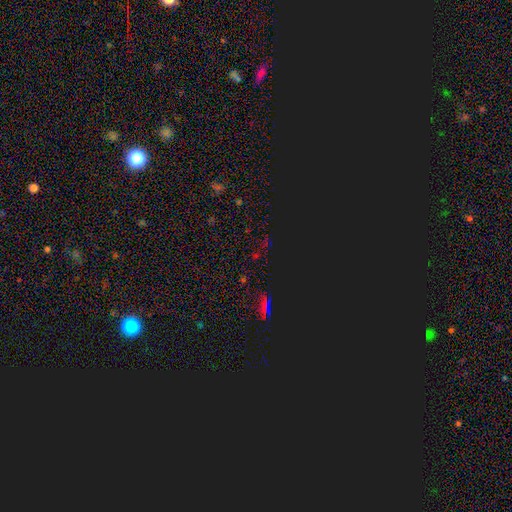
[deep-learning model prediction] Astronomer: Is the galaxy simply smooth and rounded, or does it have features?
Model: star or artifact — 78%.